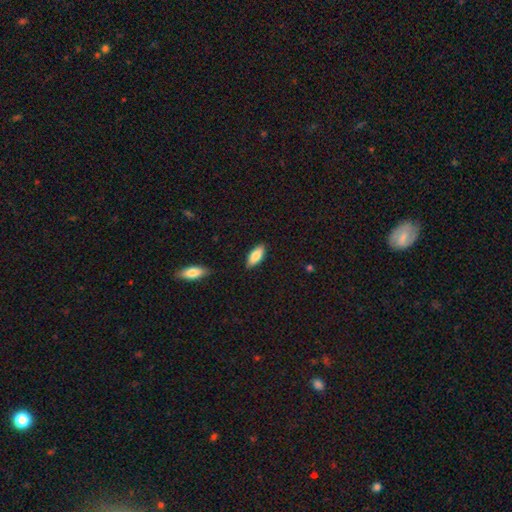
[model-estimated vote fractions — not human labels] Smooth or featured? Predicted: smooth (p=0.79). How rounded? Predicted: in between (p=0.80). Merging? Predicted: none (p=0.87).